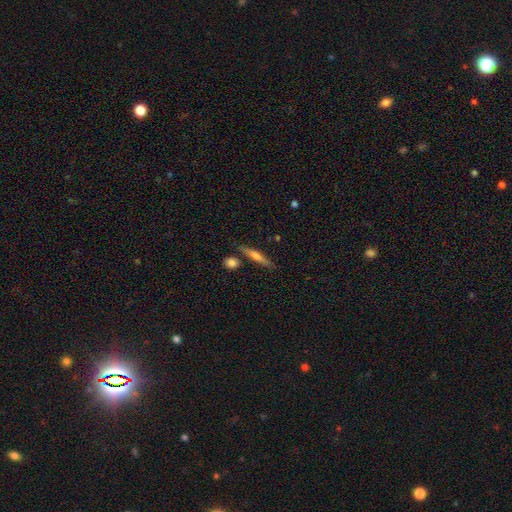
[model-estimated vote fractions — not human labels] Smooth or featured: smooth — 50% (featured or disk — 43%)
How rounded: cigar-shaped — 87% (in between — 10%)
Merging: none — 80% (minor disturbance — 10%)